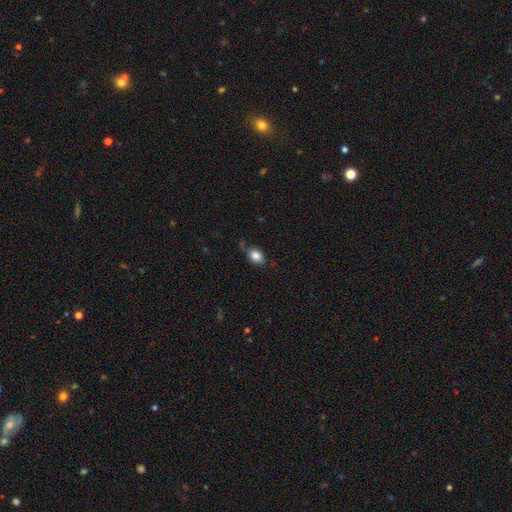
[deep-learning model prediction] The model was most divided on "merging": none: 67%, minor disturbance: 22%, major disturbance: 6%, merger: 5%. More confident: smooth or featured — smooth (83%); how rounded — in between (73%).